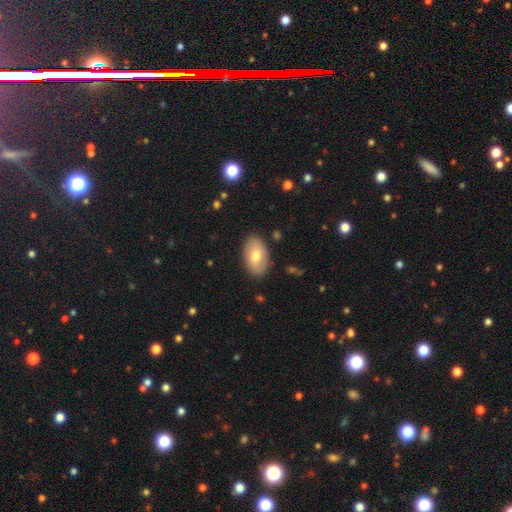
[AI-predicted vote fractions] Morphology: type=smooth (72%); roundness=in between (92%); merging=none (85%).